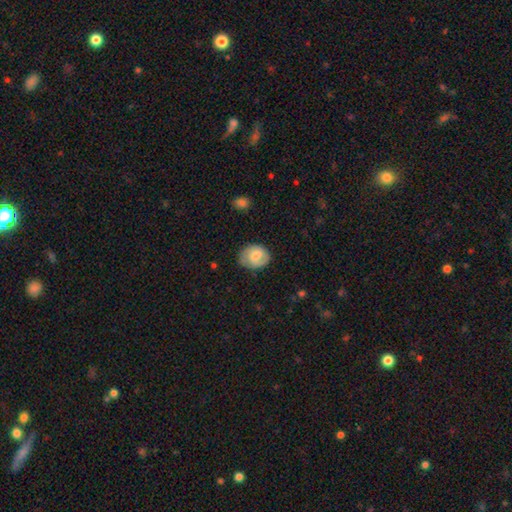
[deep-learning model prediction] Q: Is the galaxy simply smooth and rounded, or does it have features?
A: smooth — 50%.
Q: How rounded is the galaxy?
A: round — 53%.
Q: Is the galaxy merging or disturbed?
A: none — 70%.